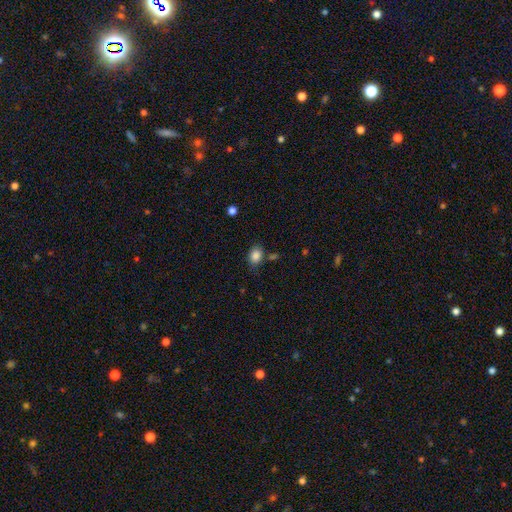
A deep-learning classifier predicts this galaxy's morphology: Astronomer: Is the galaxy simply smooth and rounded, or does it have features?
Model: smooth — 85%.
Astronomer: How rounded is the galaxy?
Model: in between — 65%.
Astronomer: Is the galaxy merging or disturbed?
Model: none — 75%.